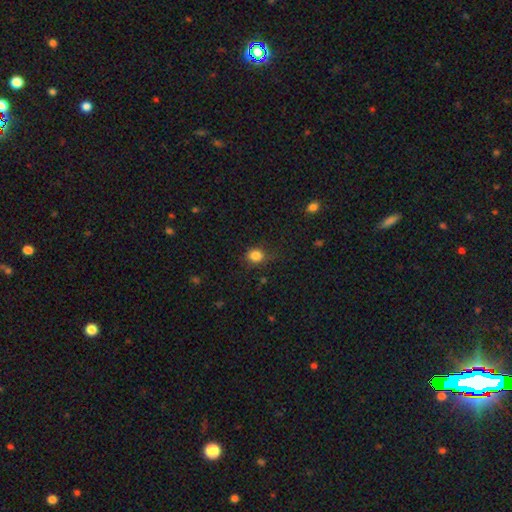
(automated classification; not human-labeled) This appears to be a smooth galaxy with no disk features (84%) that is round (74%). Merging: none (76%).